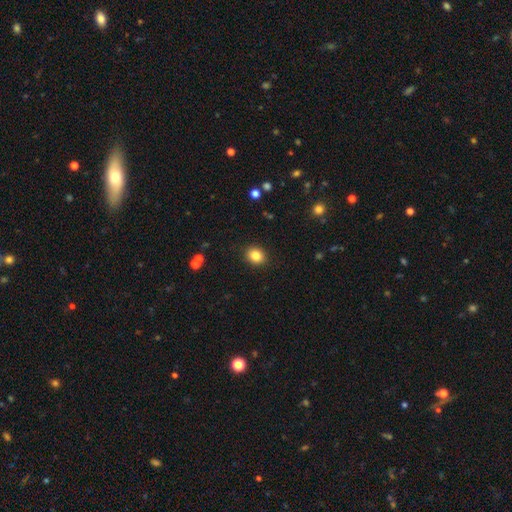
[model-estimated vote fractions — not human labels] Smooth or featured: smooth — 84% (star or artifact — 10%)
How rounded: round — 67% (in between — 32%)
Merging: none — 91% (minor disturbance — 6%)